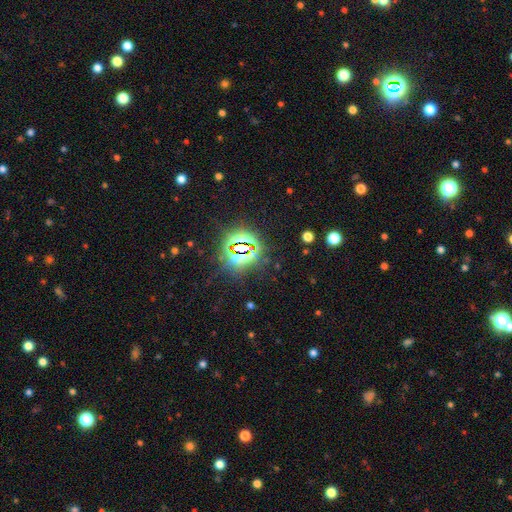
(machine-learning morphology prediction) star or artifact 82%, smooth 11%, featured or disk 7%.